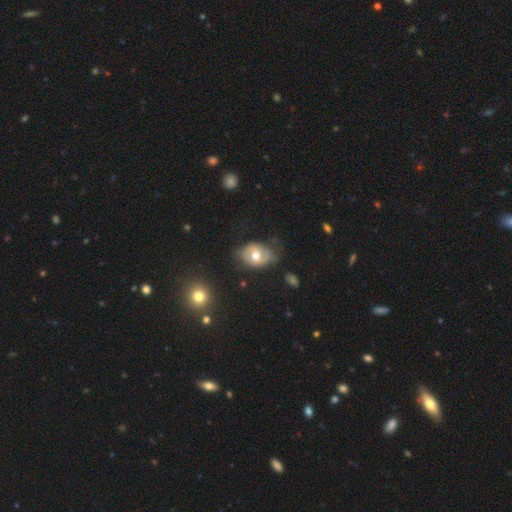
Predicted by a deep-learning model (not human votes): smooth_or_featured: featured or disk (p=0.56) [alt: smooth p=0.37]
disk_edge_on: no (p=0.95) [alt: yes p=0.05]
bar: no (p=0.64) [alt: weak p=0.27]
has_spiral_arms: yes (p=0.57) [alt: no p=0.43]
bulge_size: moderate (p=0.77) [alt: large p=0.13]
merging: none (p=0.63) [alt: minor disturbance p=0.25]